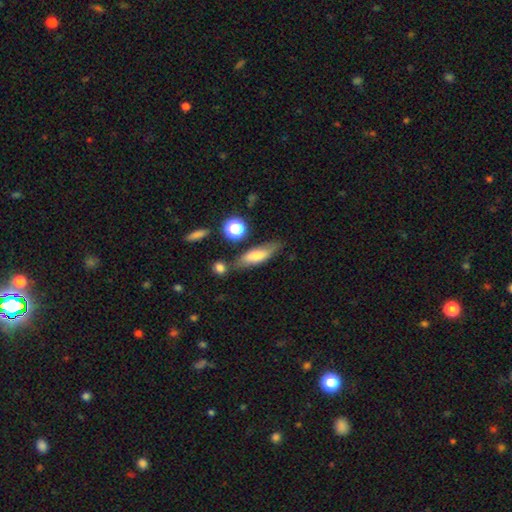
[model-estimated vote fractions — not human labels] Morphology: type=smooth (67%); roundness=cigar-shaped (49%); merging=none (68%).